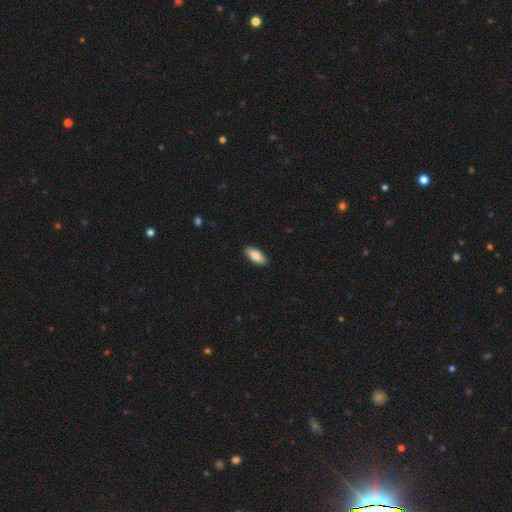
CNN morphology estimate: Smooth or featured? smooth (82%)
How rounded? in between (89%)
Merging? none (90%)